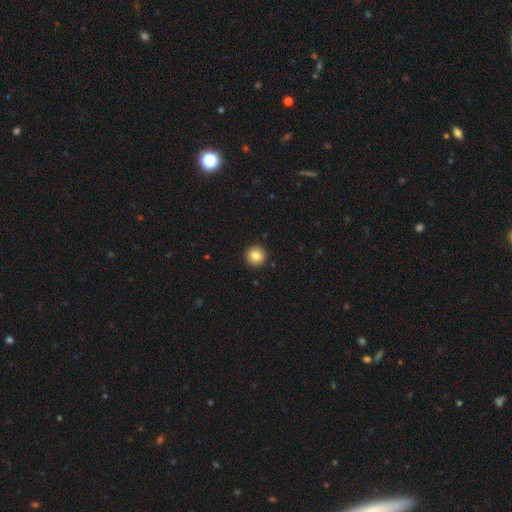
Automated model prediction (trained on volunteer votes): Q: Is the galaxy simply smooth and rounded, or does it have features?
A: smooth — 83%.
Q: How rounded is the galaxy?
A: round — 95%.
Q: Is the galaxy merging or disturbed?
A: none — 93%.